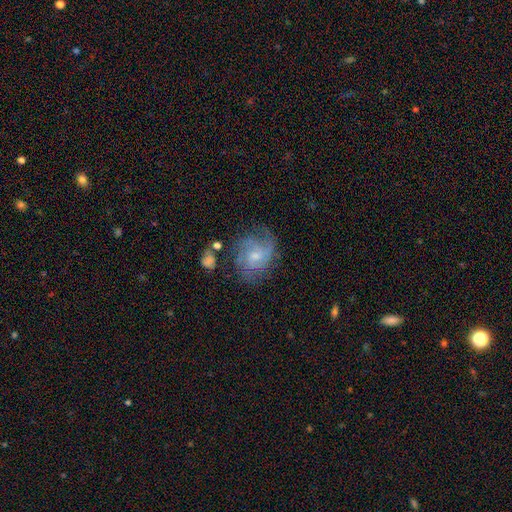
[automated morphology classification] featured or disk 75%, smooth 18%, star or artifact 7%. Down the decision tree: edge-on disk — no (98%); bar — no (56%); spiral arms — yes (91%); spiral arm count — can't tell (32%); spiral winding — tight (43%); bulge size — small (51%); merging — none (62%).